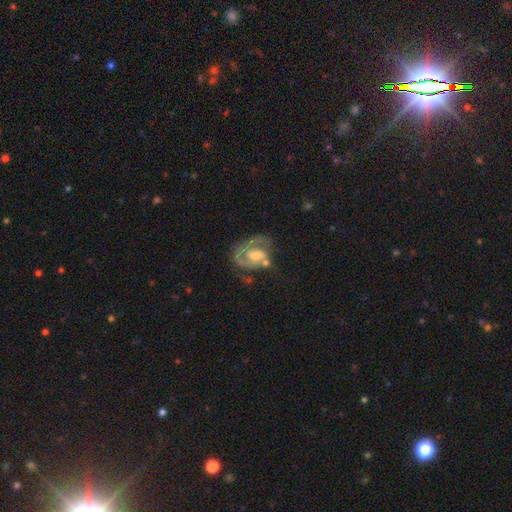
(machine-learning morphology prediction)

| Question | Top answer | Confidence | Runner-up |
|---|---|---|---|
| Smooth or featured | featured or disk | 80% | smooth (14%) |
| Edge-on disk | no | 97% | yes (3%) |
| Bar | weak | 44% | no (43%) |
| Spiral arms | yes | 87% | no (13%) |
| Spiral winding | tight | 50% | medium (37%) |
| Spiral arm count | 1 | 49% | 2 (35%) |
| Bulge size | moderate | 58% | small (22%) |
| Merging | none | 47% | major disturbance (21%) |